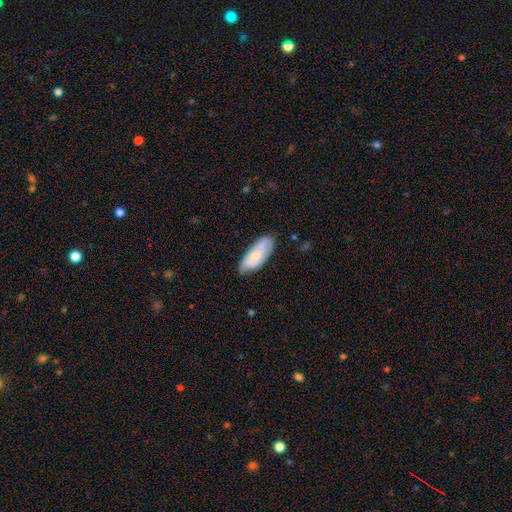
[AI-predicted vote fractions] smooth_or_featured: smooth (p=0.64) [alt: featured or disk p=0.30]
how_rounded: in between (p=0.77) [alt: cigar-shaped p=0.21]
merging: none (p=0.71) [alt: minor disturbance p=0.23]